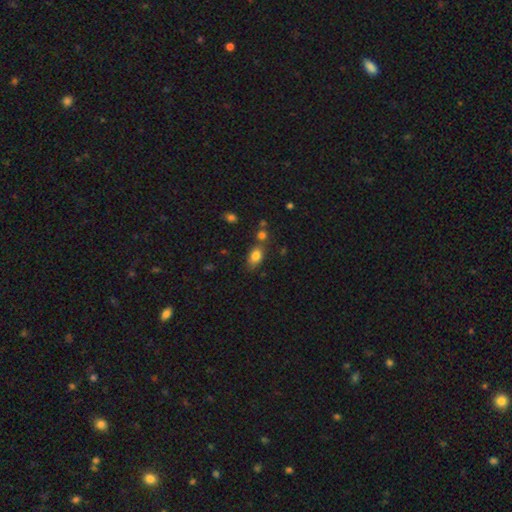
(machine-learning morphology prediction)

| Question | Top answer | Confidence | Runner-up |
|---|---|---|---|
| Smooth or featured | smooth | 82% | star or artifact (10%) |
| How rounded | in between | 84% | round (13%) |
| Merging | none | 62% | merger (17%) |